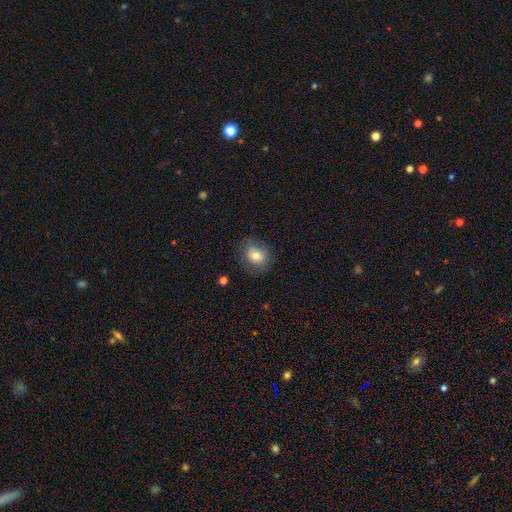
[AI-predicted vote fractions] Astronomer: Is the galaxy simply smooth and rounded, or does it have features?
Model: smooth — 75%.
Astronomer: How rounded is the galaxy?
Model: round — 63%.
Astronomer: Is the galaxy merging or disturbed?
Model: none — 76%.